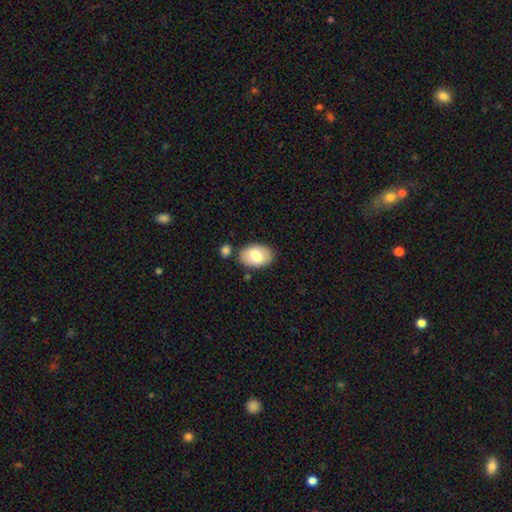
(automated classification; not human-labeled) Morphology: type=smooth (75%); roundness=in between (88%); merging=none (77%).